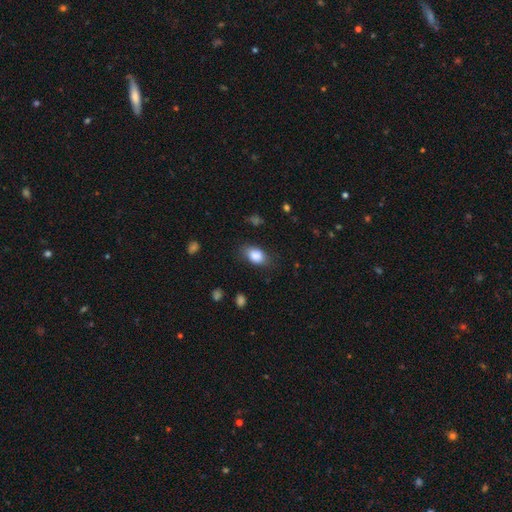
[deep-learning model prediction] Smooth or featured? smooth (86%)
How rounded? in between (86%)
Merging? none (76%)